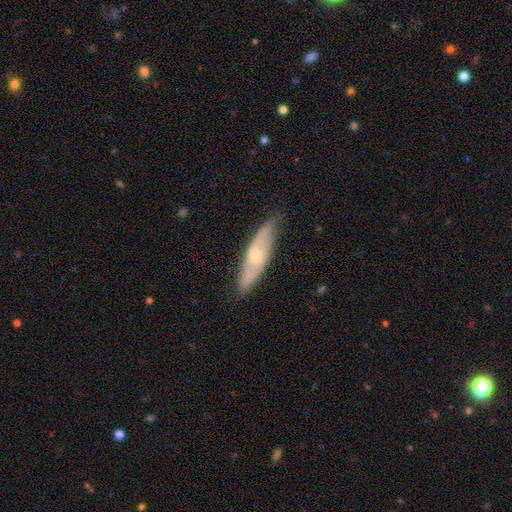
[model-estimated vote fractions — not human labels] This is likely a featured or disk galaxy (63%). It is likely not viewed edge-on (65%). Merging: likely none (75%).